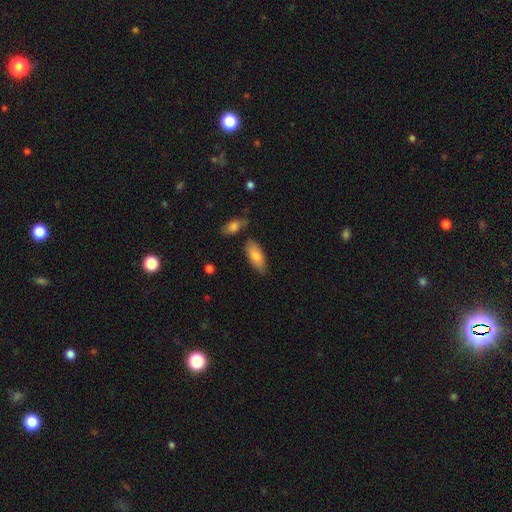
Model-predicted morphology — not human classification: Smooth or featured?
  - smooth: 81% *
  - featured or disk: 13%
  - star or artifact: 6%
How rounded?
  - in between: 83% *
  - cigar-shaped: 14%
  - round: 2%
Merging?
  - none: 73% *
  - minor disturbance: 18%
  - merger: 6%
  - major disturbance: 4%